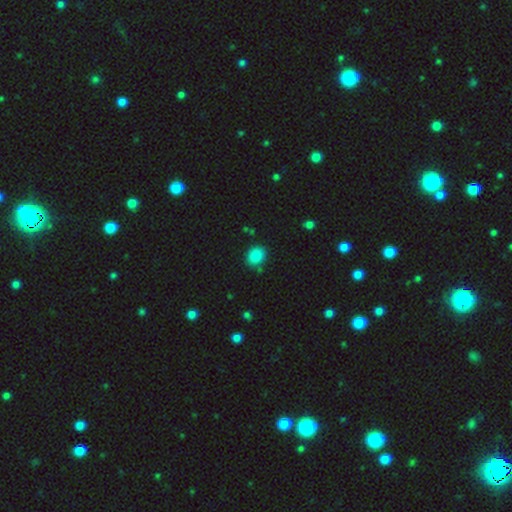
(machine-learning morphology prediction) The model was most divided on "how rounded": round: 54%, in between: 45%, cigar-shaped: 1%. More confident: smooth or featured — smooth (86%); merging — none (82%).